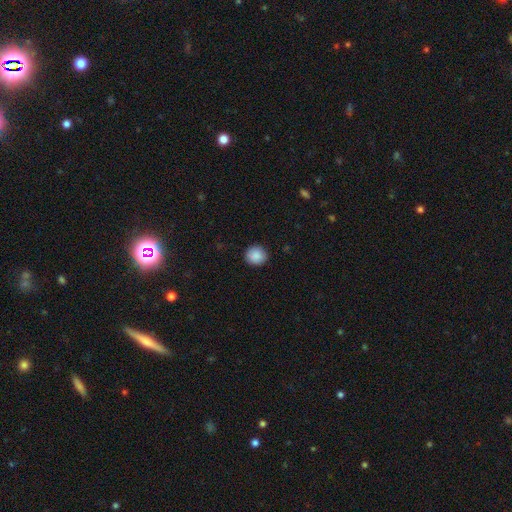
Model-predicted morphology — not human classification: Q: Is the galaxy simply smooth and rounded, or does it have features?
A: smooth — 89%.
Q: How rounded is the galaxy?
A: round — 88%.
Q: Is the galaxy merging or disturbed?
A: none — 89%.